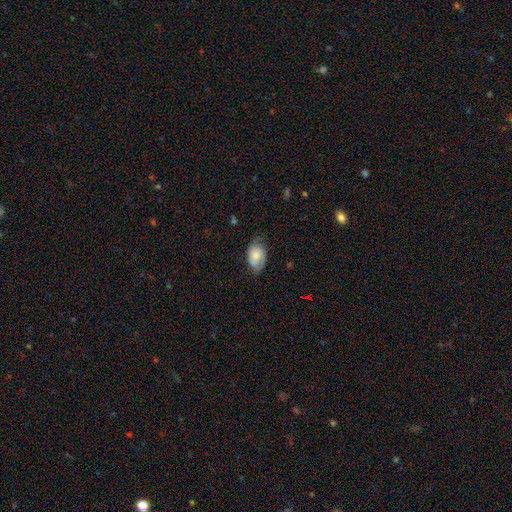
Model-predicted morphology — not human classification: Smooth or featured: smooth — 68% (featured or disk — 25%)
How rounded: in between — 89% (round — 10%)
Merging: none — 55% (minor disturbance — 33%)